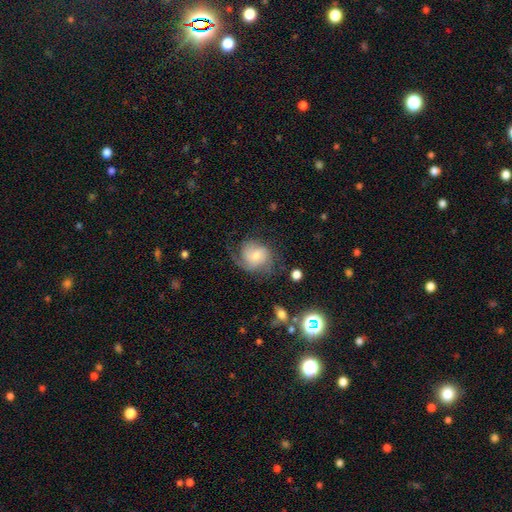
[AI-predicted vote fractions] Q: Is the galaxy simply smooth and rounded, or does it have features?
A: featured or disk — 54%.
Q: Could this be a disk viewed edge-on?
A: no — 97%.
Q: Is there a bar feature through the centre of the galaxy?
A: no — 68%.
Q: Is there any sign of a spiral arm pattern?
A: yes — 86%.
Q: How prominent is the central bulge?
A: moderate — 45%.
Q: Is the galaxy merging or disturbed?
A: none — 50%.